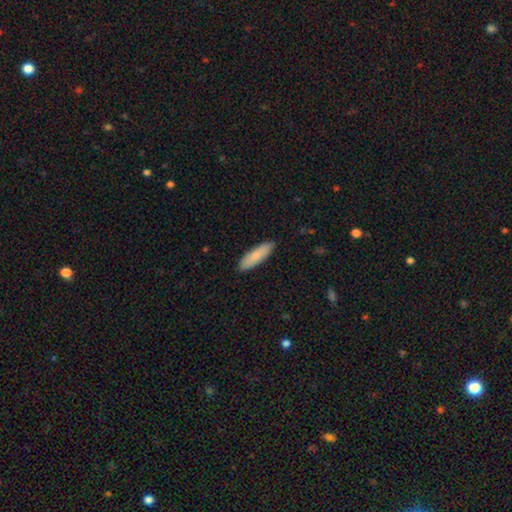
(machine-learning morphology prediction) This is clearly a smooth galaxy (83%). How rounded: possibly cigar-shaped (58%). Merging: clearly none (89%).